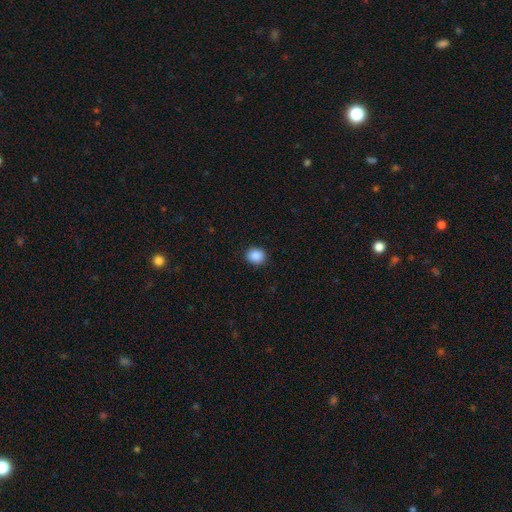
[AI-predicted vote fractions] Smooth or featured? smooth (89%)
How rounded? round (73%)
Merging? none (89%)